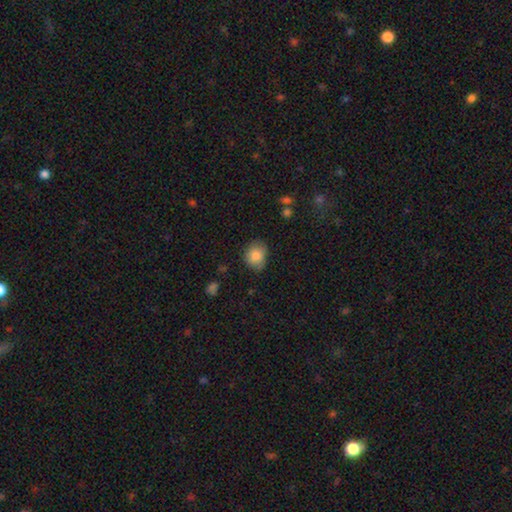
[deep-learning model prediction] A smooth galaxy with no disk features (84%) that is round (66%).

Vote fractions:
- Smooth or featured? smooth: 84% / star or artifact: 8% / featured or disk: 7%
- How rounded? round: 66% / in between: 33% / cigar-shaped: 1%
- Merging? none: 71% / minor disturbance: 23% / major disturbance: 4% / merger: 2%